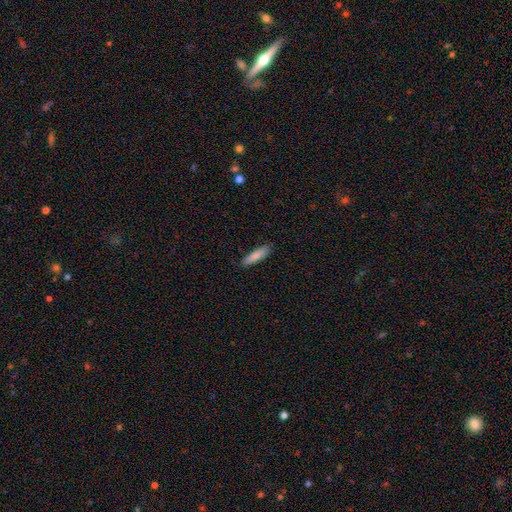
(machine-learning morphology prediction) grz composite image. It shows a smooth galaxy with no disk features (84%) that is cigar-shaped (70%). Merging: none (87%).